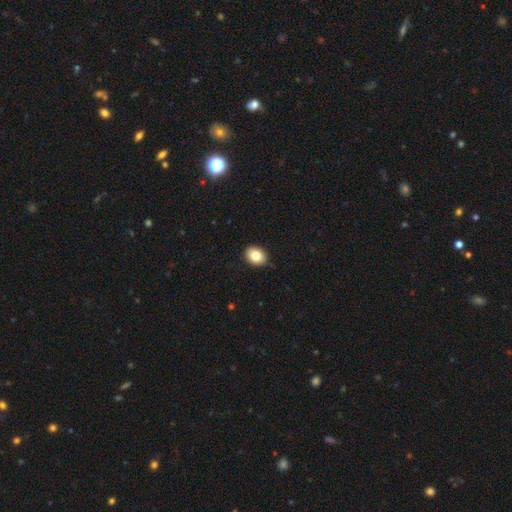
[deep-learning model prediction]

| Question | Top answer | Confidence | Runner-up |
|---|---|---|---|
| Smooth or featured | smooth | 82% | featured or disk (9%) |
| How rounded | in between | 54% | round (45%) |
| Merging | none | 86% | minor disturbance (11%) |